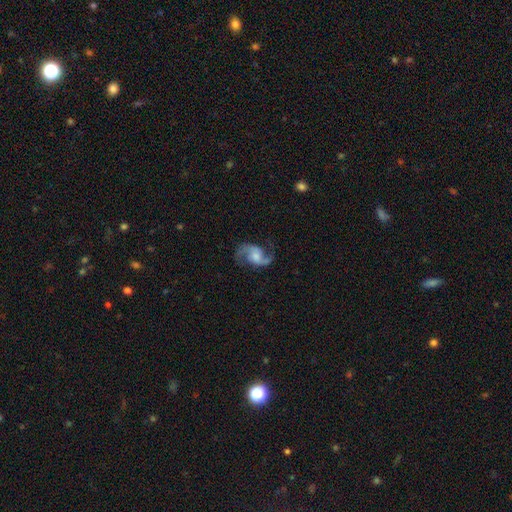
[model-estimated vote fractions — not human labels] Smooth or featured: featured or disk — 88% (smooth — 6%)
Edge-on disk: no — 98% (yes — 2%)
Bar: no — 54% (weak — 37%)
Spiral arms: yes — 97% (no — 3%)
Spiral winding: loose — 53% (medium — 40%)
Spiral arm count: 2 — 93% (1 — 2%)
Bulge size: moderate — 37% (small — 25%)
Merging: none — 76% (minor disturbance — 14%)